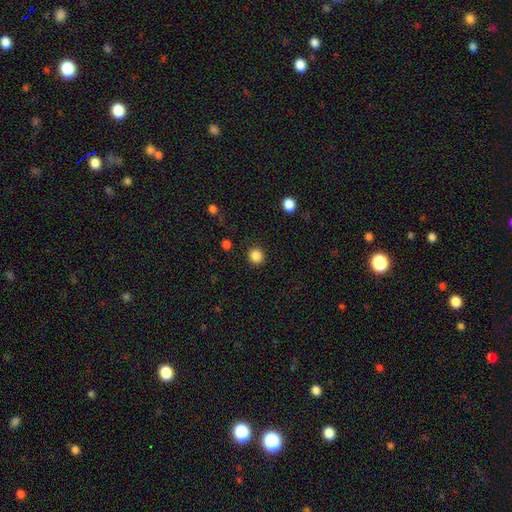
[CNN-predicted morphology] A smooth galaxy with no disk features (86%) that is round (92%). Merging: none (91%).